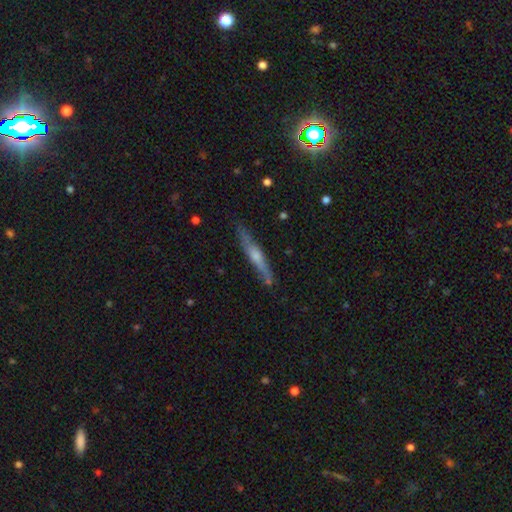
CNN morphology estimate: Smooth or featured? featured or disk (63%)
Edge-on disk? yes (92%)
Edge-on bulge? rounded (70%)
Merging? none (82%)